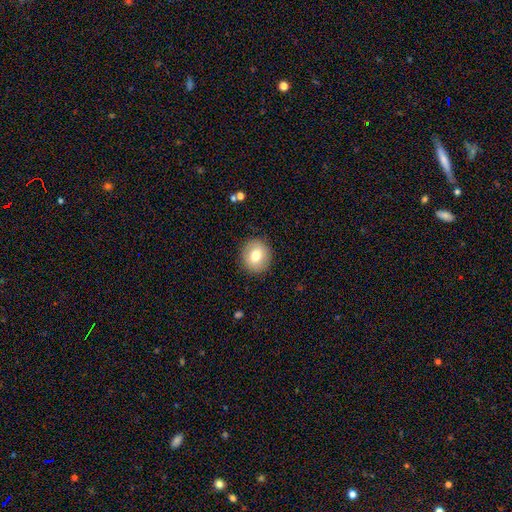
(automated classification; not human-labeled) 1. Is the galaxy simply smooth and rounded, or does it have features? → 75% smooth, 17% featured or disk, 8% star or artifact.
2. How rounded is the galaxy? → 84% round, 15% in between, 1% cigar-shaped.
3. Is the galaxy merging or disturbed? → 89% none, 8% minor disturbance, 2% major disturbance, 1% merger.